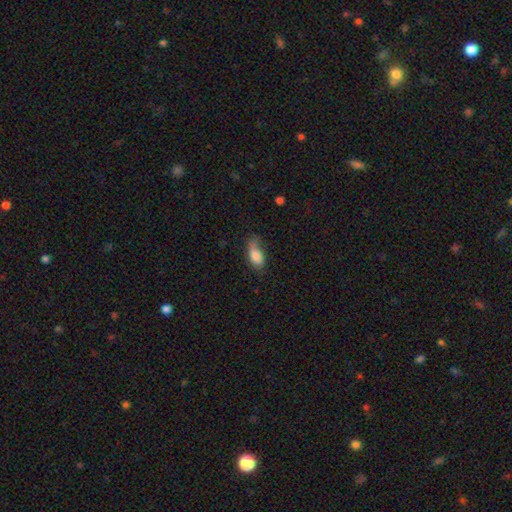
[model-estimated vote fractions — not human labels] This appears to be a smooth galaxy with no disk features (81%) that is in between round and cigar-shaped (86%). Merging: none (45%).